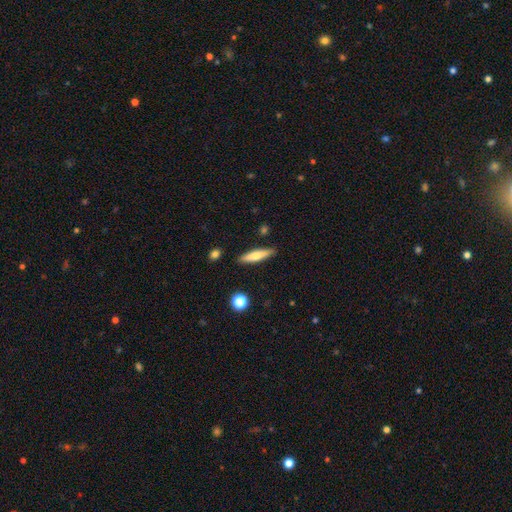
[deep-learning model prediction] smooth 63%, featured or disk 31%, star or artifact 6%. Down the decision tree: how rounded — cigar-shaped (82%); merging — none (88%).